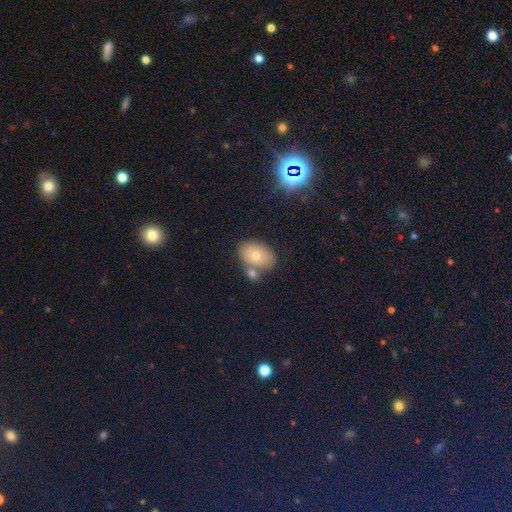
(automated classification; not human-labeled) A smooth galaxy with no disk features (54%) that is in between round and cigar-shaped (79%). Merging: none (73%).